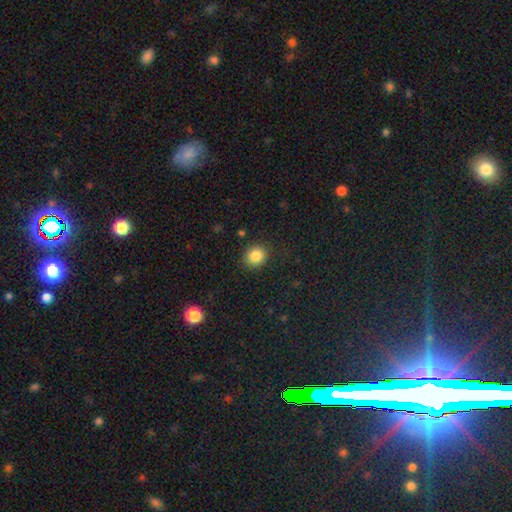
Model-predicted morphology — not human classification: This is clearly a smooth galaxy (85%). How rounded: likely round (75%). Merging: clearly none (88%).